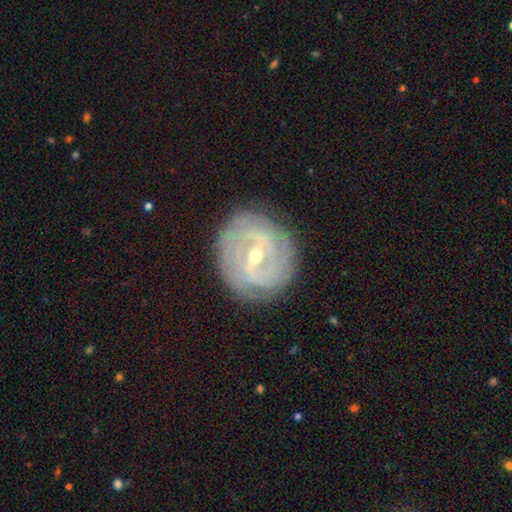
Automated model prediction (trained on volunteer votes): Smooth or featured? featured or disk (86%)
Edge-on disk? no (96%)
Bar? weak (45%)
Spiral arms? yes (91%)
Spiral winding? tight (78%)
Spiral arm count? can't tell (36%)
Bulge size? moderate (51%)
Merging? none (83%)